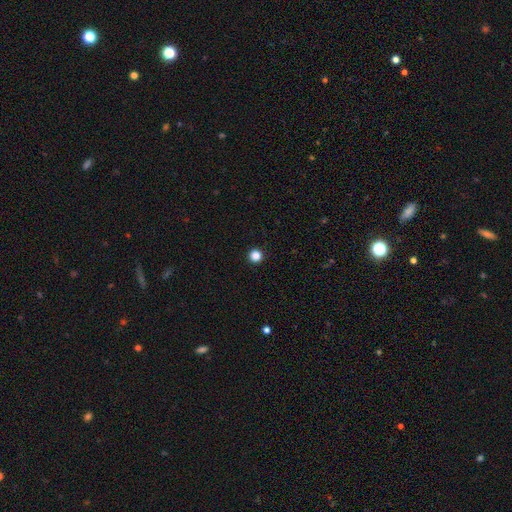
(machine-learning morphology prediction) Smooth or featured: smooth — 85% (star or artifact — 12%)
How rounded: round — 96% (in between — 3%)
Merging: none — 94% (minor disturbance — 4%)